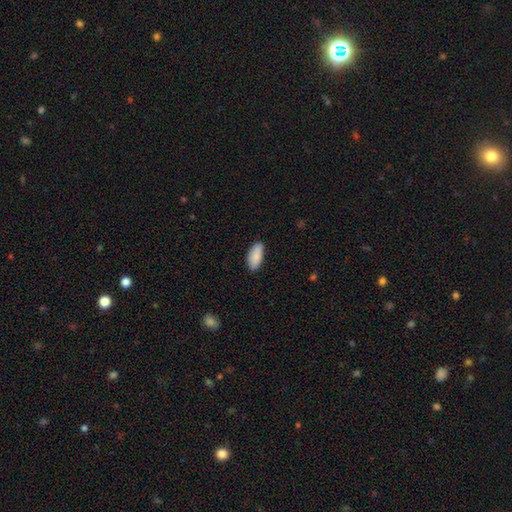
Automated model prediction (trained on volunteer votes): smooth_or_featured: smooth (p=0.88) [alt: star or artifact p=0.06]
how_rounded: in between (p=0.86) [alt: cigar-shaped p=0.13]
merging: none (p=0.83) [alt: minor disturbance p=0.14]